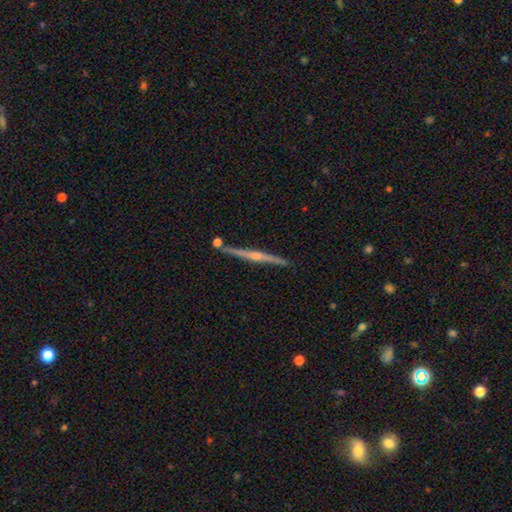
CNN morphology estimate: This appears to be a featured or disk galaxy (76%) viewed edge-on (97%) with a rounded central bulge (76%). Merging: none (86%).